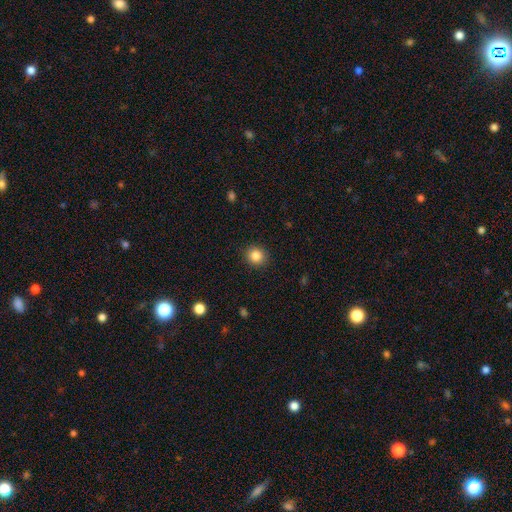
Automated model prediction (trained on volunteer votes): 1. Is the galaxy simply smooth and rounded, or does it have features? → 85% smooth, 10% star or artifact, 4% featured or disk.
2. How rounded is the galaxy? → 86% round, 13% in between, 1% cigar-shaped.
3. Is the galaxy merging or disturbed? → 91% none, 6% minor disturbance, 2% major disturbance, 1% merger.